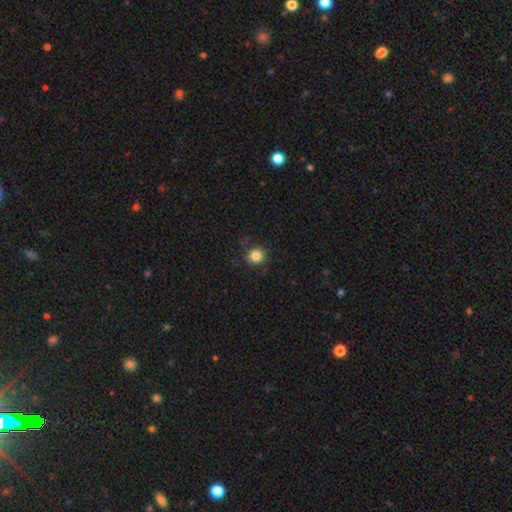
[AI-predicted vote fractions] This is clearly a smooth galaxy (84%). How rounded: clearly round (92%). Merging: clearly none (85%).